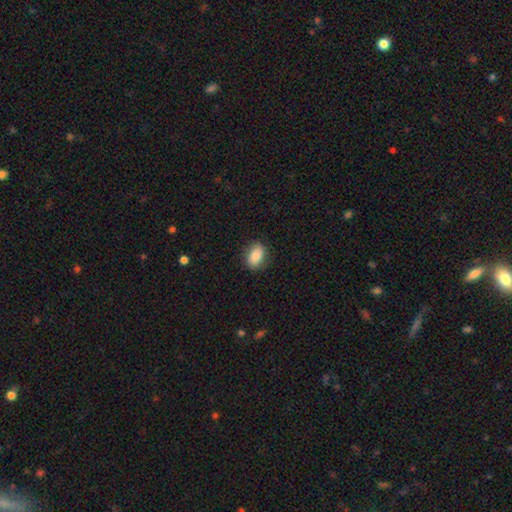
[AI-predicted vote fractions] smooth_or_featured: smooth (p=0.84) [alt: featured or disk p=0.08]
how_rounded: in between (p=0.80) [alt: round p=0.18]
merging: none (p=0.85) [alt: minor disturbance p=0.11]